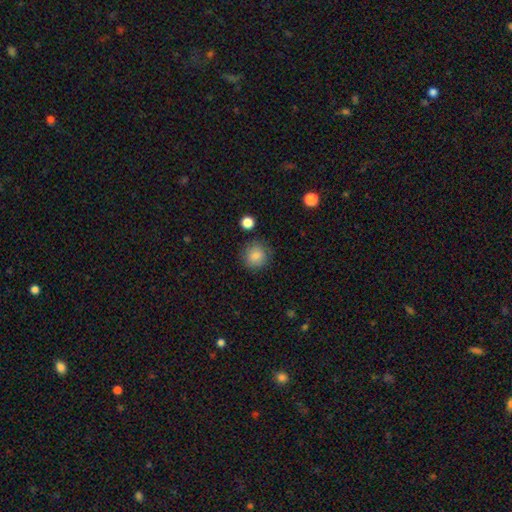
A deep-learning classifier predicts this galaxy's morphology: Smooth or featured?
  - smooth: 85% *
  - star or artifact: 9%
  - featured or disk: 6%
How rounded?
  - round: 90% *
  - in between: 9%
  - cigar-shaped: 1%
Merging?
  - none: 84% *
  - minor disturbance: 11%
  - major disturbance: 3%
  - merger: 2%